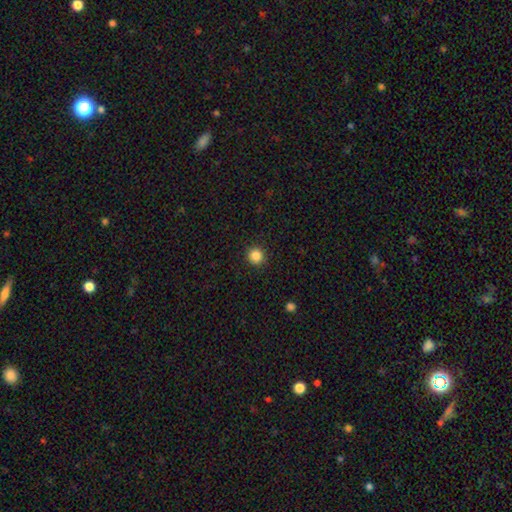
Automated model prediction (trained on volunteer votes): This is clearly a smooth galaxy (86%). How rounded: clearly round (95%). Merging: clearly none (93%).